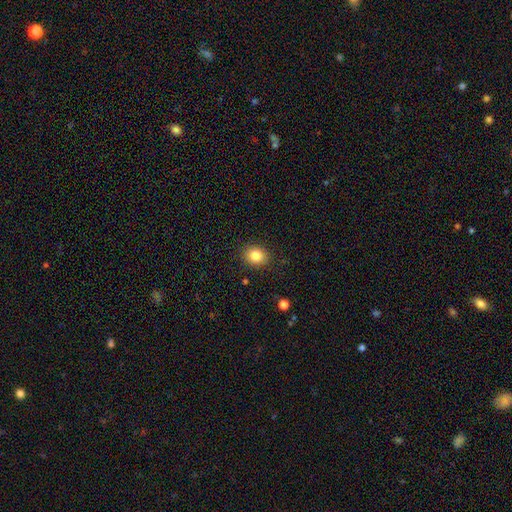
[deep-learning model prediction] A smooth galaxy with no disk features (84%) that is round (58%).

Vote fractions:
- Smooth or featured? smooth: 84% / star or artifact: 10% / featured or disk: 7%
- How rounded? round: 58% / in between: 42% / cigar-shaped: 1%
- Merging? none: 88% / minor disturbance: 8% / major disturbance: 2% / merger: 1%